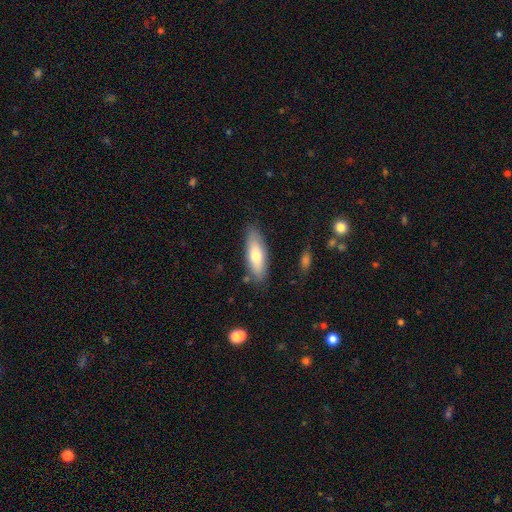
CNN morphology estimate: A smooth galaxy with no disk features (68%) that is in between round and cigar-shaped (57%).

Vote fractions:
- Smooth or featured? smooth: 68% / featured or disk: 26% / star or artifact: 6%
- How rounded? in between: 57% / cigar-shaped: 41% / round: 2%
- Merging? none: 82% / minor disturbance: 13% / major disturbance: 3% / merger: 2%